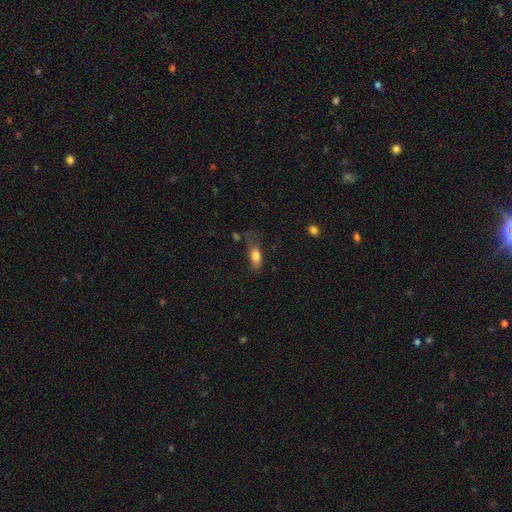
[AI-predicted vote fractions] Smooth or featured?
  - smooth: 80% *
  - featured or disk: 11%
  - star or artifact: 8%
How rounded?
  - in between: 81% *
  - cigar-shaped: 15%
  - round: 5%
Merging?
  - none: 56% *
  - minor disturbance: 27%
  - major disturbance: 13%
  - merger: 4%